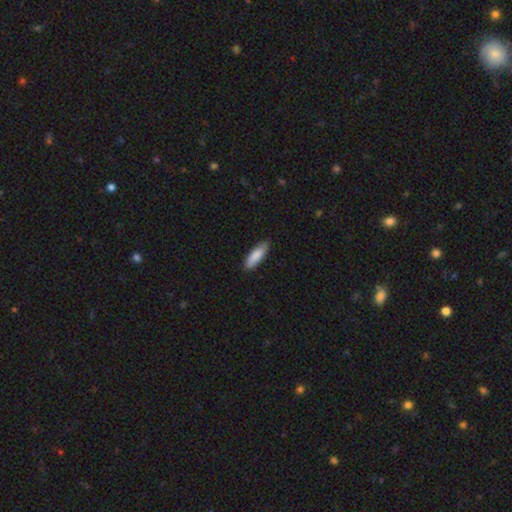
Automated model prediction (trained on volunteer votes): This is clearly a smooth galaxy (84%). How rounded: possibly in between (51%). Merging: clearly none (82%).